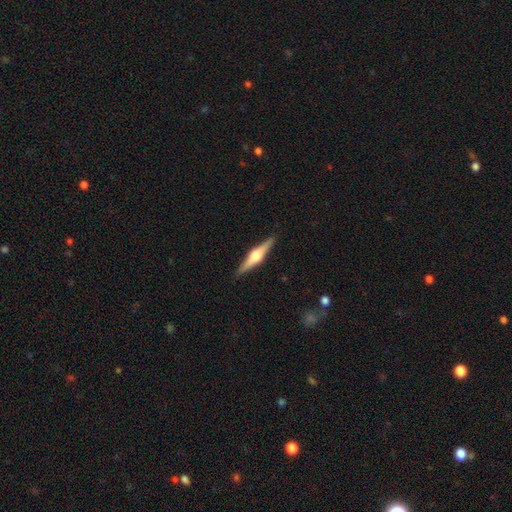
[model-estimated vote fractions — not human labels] A featured or disk galaxy (75%) viewed edge-on (98%) with a rounded central bulge (91%).

Vote fractions:
- Smooth or featured? featured or disk: 75% / smooth: 20% / star or artifact: 5%
- Edge-on disk? yes: 98% / no: 2%
- Edge-on bulge? rounded: 91% / boxy: 7% / none: 2%
- Merging? none: 91% / minor disturbance: 7% / major disturbance: 1% / merger: 1%